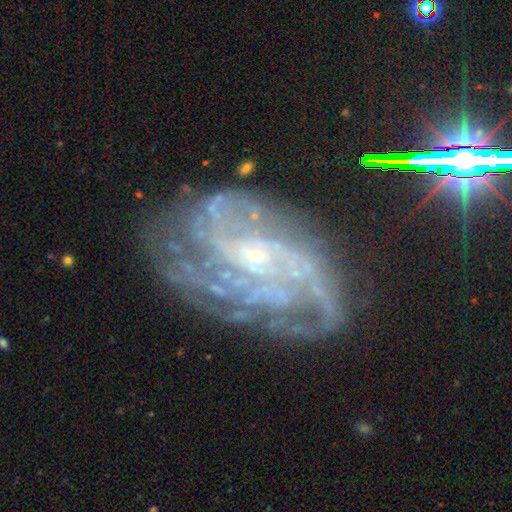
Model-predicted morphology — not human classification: smooth_or_featured: featured or disk (p=0.87) [alt: star or artifact p=0.08]
disk_edge_on: no (p=0.96) [alt: yes p=0.04]
bar: no (p=0.68) [alt: weak p=0.25]
has_spiral_arms: yes (p=0.96) [alt: no p=0.04]
spiral_winding: tight (p=0.54) [alt: medium p=0.36]
spiral_arm_count: can't tell (p=0.25) [alt: 4 p=0.23]
bulge_size: small (p=0.86) [alt: moderate p=0.09]
merging: none (p=0.67) [alt: minor disturbance p=0.19]